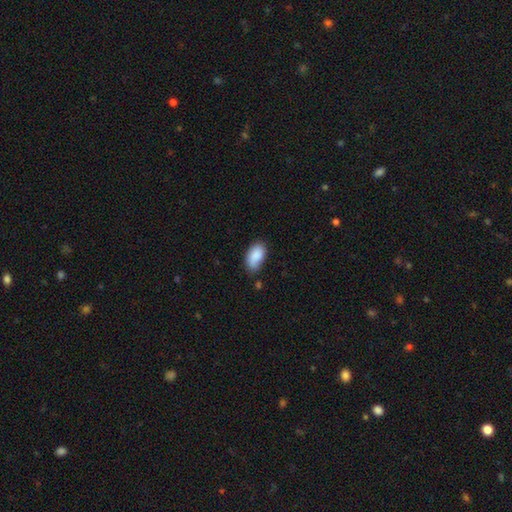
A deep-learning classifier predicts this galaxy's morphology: This is clearly a smooth galaxy (86%). How rounded: clearly in between (94%). Merging: likely none (65%).